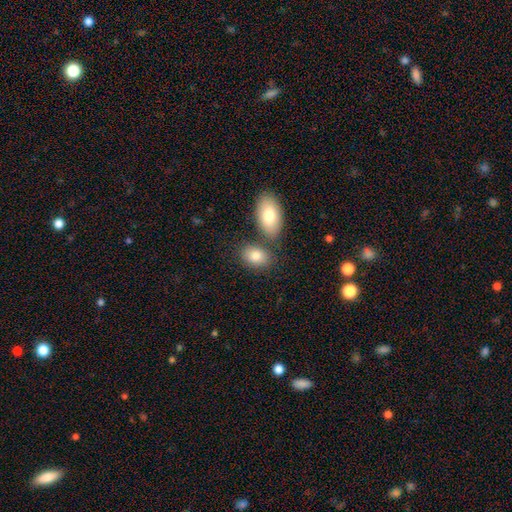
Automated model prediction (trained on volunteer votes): smooth_or_featured: smooth (p=0.82) [alt: featured or disk p=0.11]
how_rounded: in between (p=0.83) [alt: round p=0.16]
merging: none (p=0.62) [alt: merger p=0.23]